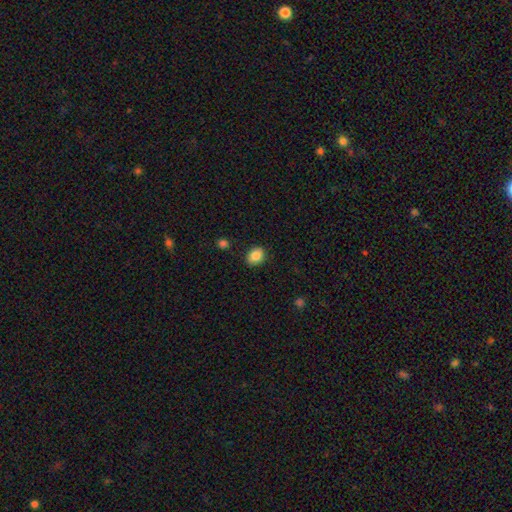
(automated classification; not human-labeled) Overall: smooth (85%). How rounded: round (55%; in between 44%). Merging: none (88%).